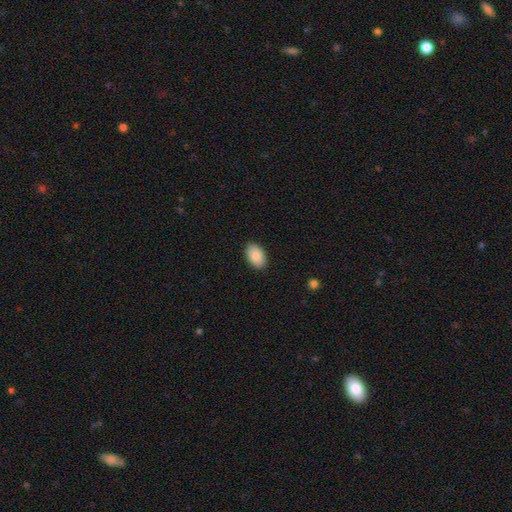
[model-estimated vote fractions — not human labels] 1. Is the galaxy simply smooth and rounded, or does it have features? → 89% smooth, 6% star or artifact, 5% featured or disk.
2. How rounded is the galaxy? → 92% in between, 7% round, 1% cigar-shaped.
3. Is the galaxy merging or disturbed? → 89% none, 8% minor disturbance, 2% major disturbance, 1% merger.